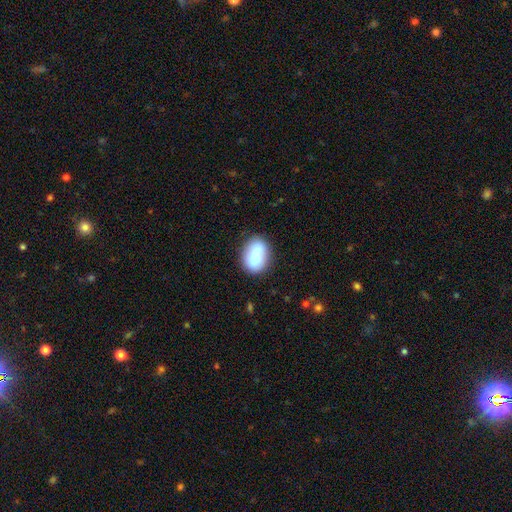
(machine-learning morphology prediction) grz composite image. It shows a smooth galaxy with no disk features (78%) that is in between round and cigar-shaped (74%). Merging: none (64%).